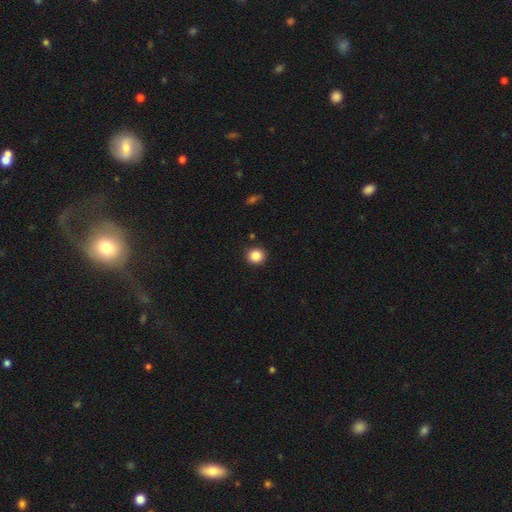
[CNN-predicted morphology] Smooth or featured?
  - smooth: 86% *
  - star or artifact: 10%
  - featured or disk: 4%
How rounded?
  - round: 91% *
  - in between: 8%
  - cigar-shaped: 1%
Merging?
  - none: 91% *
  - minor disturbance: 6%
  - major disturbance: 2%
  - merger: 1%